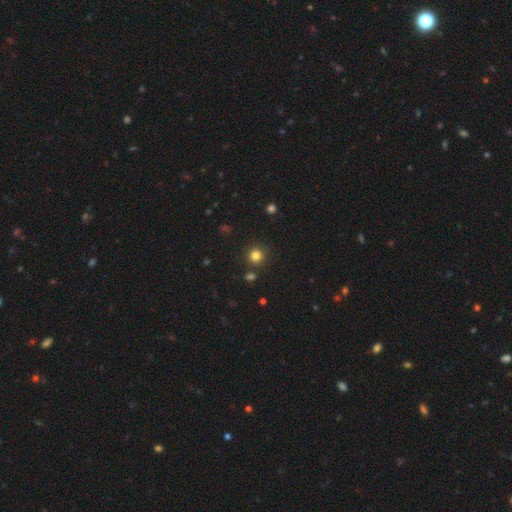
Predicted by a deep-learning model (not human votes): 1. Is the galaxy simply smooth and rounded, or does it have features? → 81% smooth, 14% star or artifact, 5% featured or disk.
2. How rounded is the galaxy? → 93% round, 6% in between, 1% cigar-shaped.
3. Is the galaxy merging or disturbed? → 87% none, 7% minor disturbance, 4% merger, 2% major disturbance.